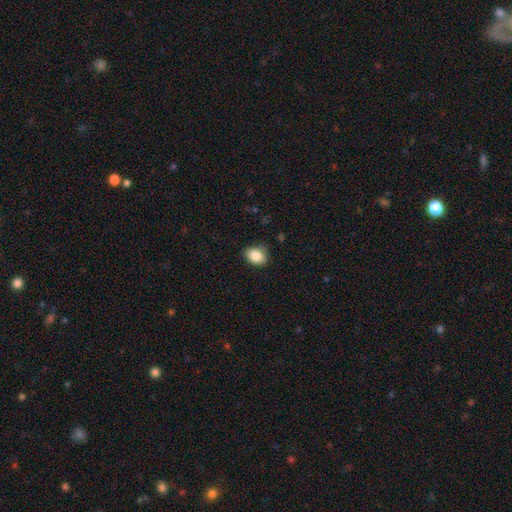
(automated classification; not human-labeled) This is clearly a smooth galaxy (86%). How rounded: likely in between (73%). Merging: likely none (79%).